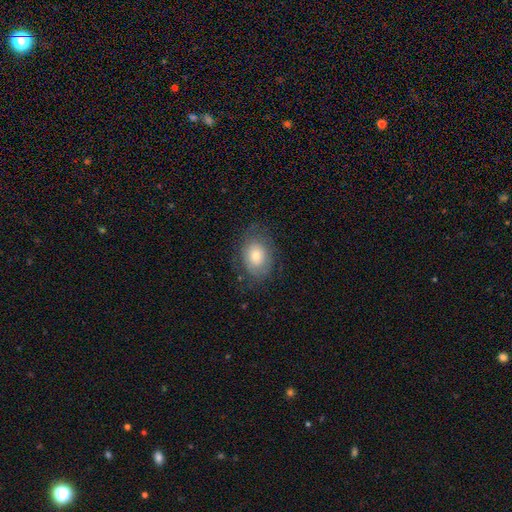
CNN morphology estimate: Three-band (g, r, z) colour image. It shows a smooth galaxy with no disk features (68%) that is in between round and cigar-shaped (69%). Merging: none (72%).